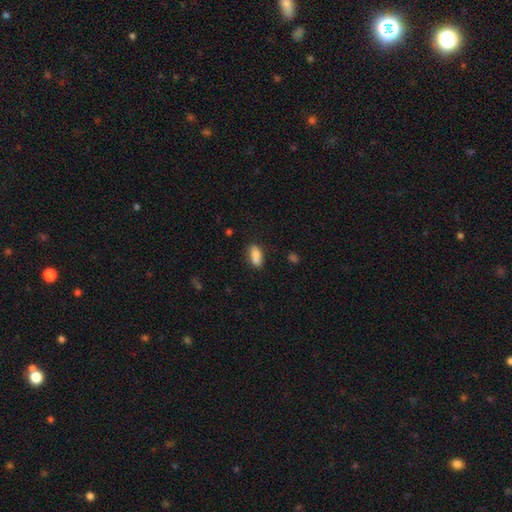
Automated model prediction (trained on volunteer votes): smooth-or-featured: smooth: 82% | featured or disk: 10% | star or artifact: 8%
  how-rounded: in between: 83% | cigar-shaped: 13% | round: 4%
  merging: none: 70% | minor disturbance: 17% | merger: 9% | major disturbance: 4%